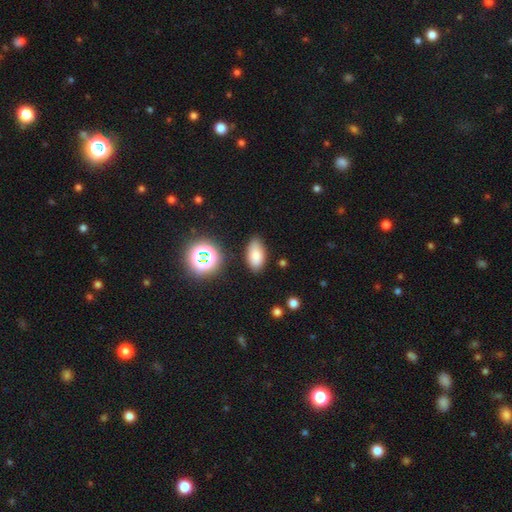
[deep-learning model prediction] This appears to be a smooth galaxy with no disk features (80%) that is in between round and cigar-shaped (92%). Merging: none (80%).